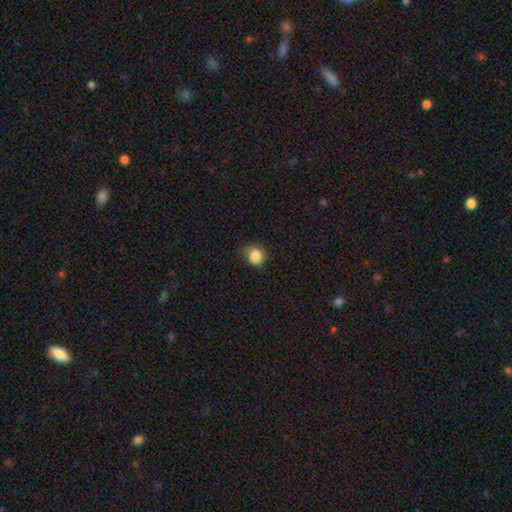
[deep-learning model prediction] Q: Smooth or featured?
A: smooth (86%); runner-up: star or artifact (10%)
Q: How rounded?
A: round (78%); runner-up: in between (21%)
Q: Merging?
A: none (74%); runner-up: minor disturbance (21%)